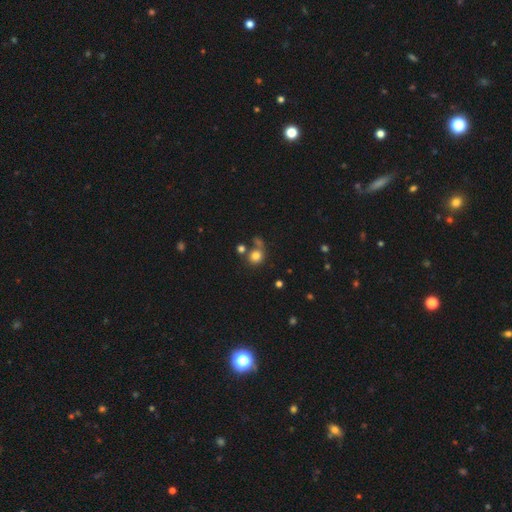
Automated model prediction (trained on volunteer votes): smooth-or-featured: smooth: 79% | star or artifact: 12% | featured or disk: 9%
  how-rounded: round: 85% | in between: 14% | cigar-shaped: 1%
  merging: none: 54% | merger: 23% | minor disturbance: 13% | major disturbance: 10%